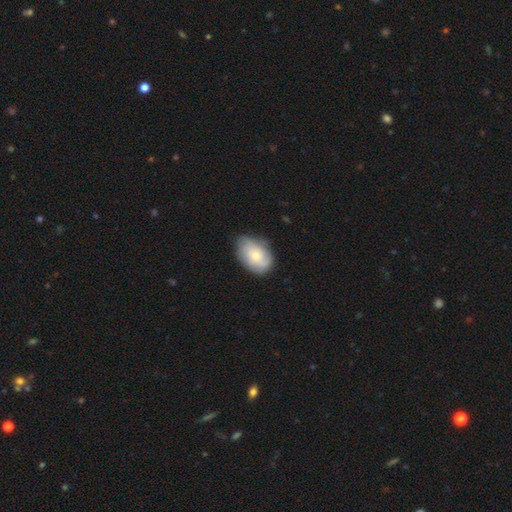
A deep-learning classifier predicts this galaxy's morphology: The model was most divided on "smooth or featured": smooth: 66%, featured or disk: 28%, star or artifact: 6%. More confident: how rounded — in between (83%); merging — none (65%).